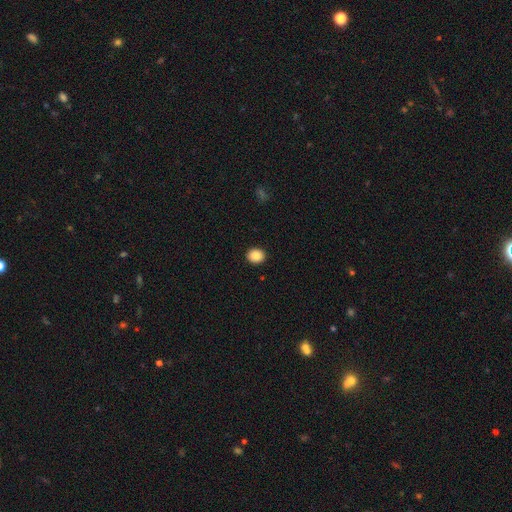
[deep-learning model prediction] smooth_or_featured: smooth (p=0.88) [alt: star or artifact p=0.09]
how_rounded: round (p=0.70) [alt: in between p=0.29]
merging: none (p=0.92) [alt: minor disturbance p=0.05]